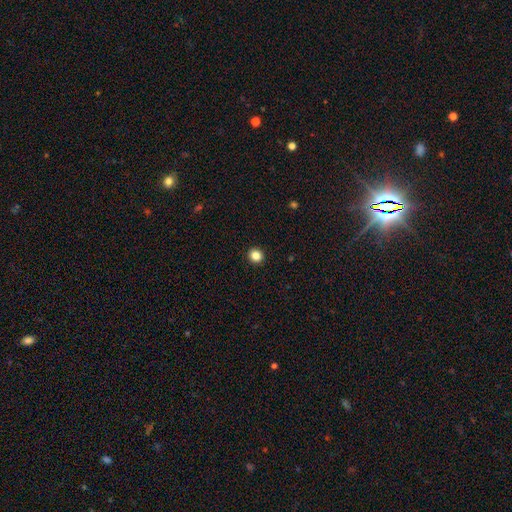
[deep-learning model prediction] A smooth galaxy with no disk features (85%) that is round (89%).

Vote fractions:
- Smooth or featured? smooth: 85% / star or artifact: 11% / featured or disk: 4%
- How rounded? round: 89% / in between: 10% / cigar-shaped: 1%
- Merging? none: 93% / minor disturbance: 4% / major disturbance: 1% / merger: 1%